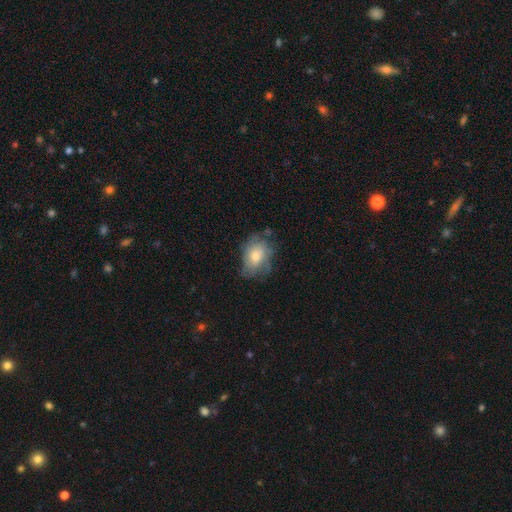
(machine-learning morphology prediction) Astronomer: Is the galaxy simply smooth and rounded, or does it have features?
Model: smooth — 55% (runner-up: featured or disk, 37%).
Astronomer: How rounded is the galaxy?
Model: in between — 69%.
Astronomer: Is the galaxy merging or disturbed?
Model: none — 55%.